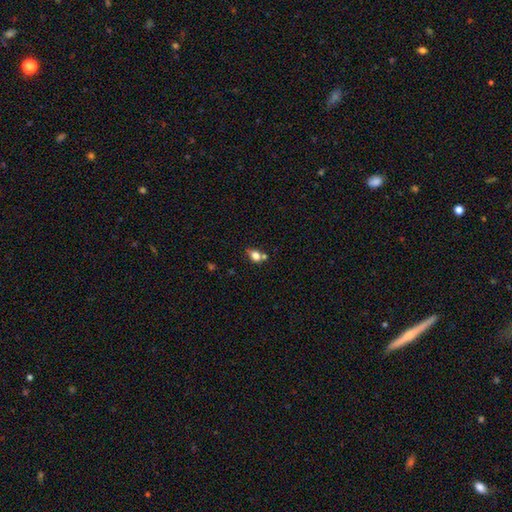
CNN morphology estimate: smooth-or-featured: smooth: 74% | featured or disk: 14% | star or artifact: 12%
  how-rounded: in between: 61% | round: 35% | cigar-shaped: 4%
  merging: none: 53% | merger: 24% | minor disturbance: 17% | major disturbance: 6%